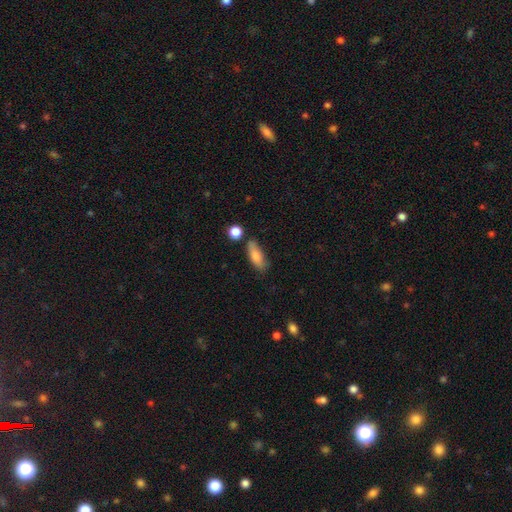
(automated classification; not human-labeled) A smooth galaxy with no disk features (79%) that is in between round and cigar-shaped (69%). Merging: none (67%).